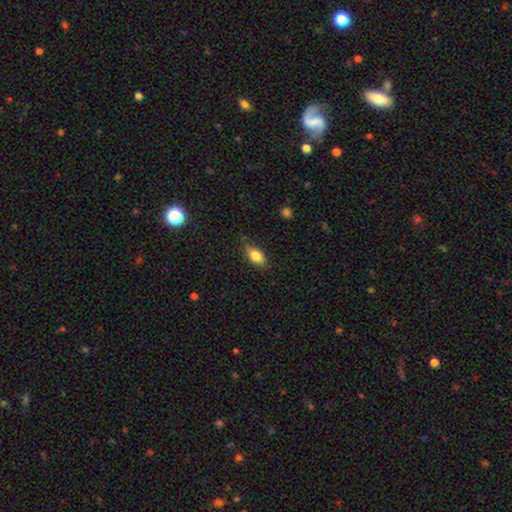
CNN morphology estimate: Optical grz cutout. It shows a smooth galaxy with no disk features (81%) that is in between round and cigar-shaped (86%). Merging: none (76%).